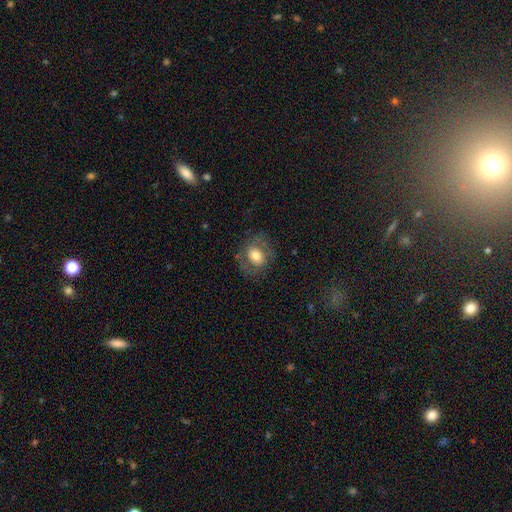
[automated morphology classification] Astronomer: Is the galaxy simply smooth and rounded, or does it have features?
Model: smooth — 52% (runner-up: featured or disk, 39%).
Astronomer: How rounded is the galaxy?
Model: round — 53% (runner-up: in between, 46%).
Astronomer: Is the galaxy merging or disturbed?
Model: none — 72%.